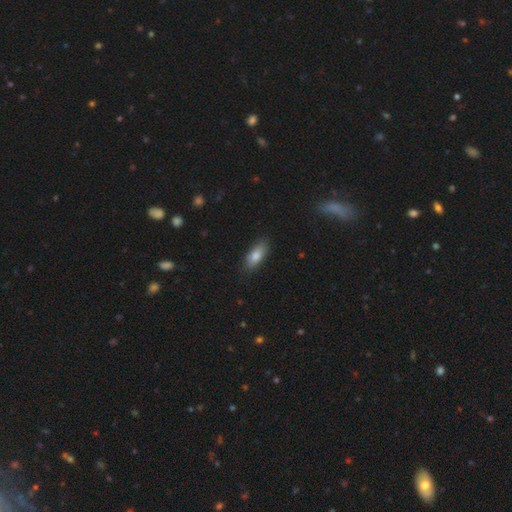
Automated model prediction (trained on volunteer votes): Smooth or featured?
  - smooth: 80% *
  - featured or disk: 12%
  - star or artifact: 8%
How rounded?
  - in between: 79% *
  - cigar-shaped: 18%
  - round: 3%
Merging?
  - none: 82% *
  - minor disturbance: 14%
  - major disturbance: 3%
  - merger: 1%